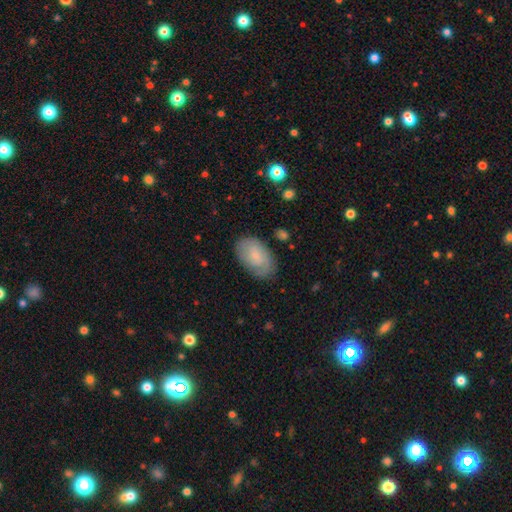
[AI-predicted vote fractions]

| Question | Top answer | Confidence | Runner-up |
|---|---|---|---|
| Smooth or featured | smooth | 51% | featured or disk (42%) |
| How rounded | in between | 90% | round (8%) |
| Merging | none | 75% | minor disturbance (18%) |